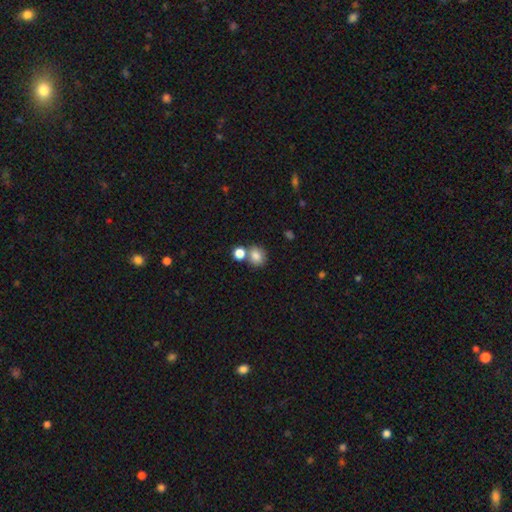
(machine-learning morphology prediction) A smooth galaxy with no disk features (82%) that is round (71%). Merging: none (58%).